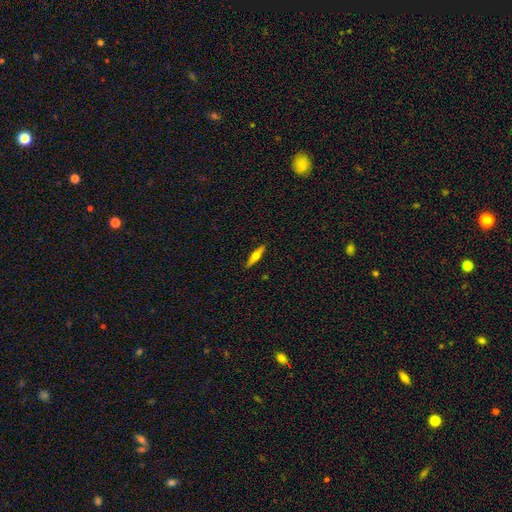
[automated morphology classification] Overall: featured or disk (49%; smooth 45%). Merging: none (90%).